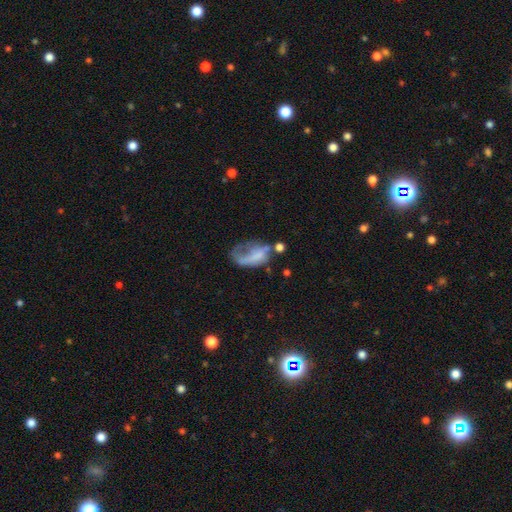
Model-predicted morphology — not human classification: Overall: smooth (46%; featured or disk 42%). Merging: major disturbance (49%; none 21%).